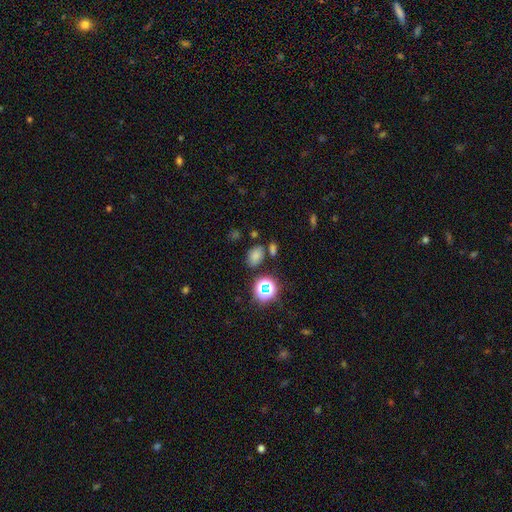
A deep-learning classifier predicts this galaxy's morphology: Smooth or featured?
  - smooth: 71% *
  - star or artifact: 23%
  - featured or disk: 7%
How rounded?
  - in between: 77% *
  - round: 21%
  - cigar-shaped: 1%
Merging?
  - none: 72% *
  - minor disturbance: 13%
  - merger: 11%
  - major disturbance: 4%